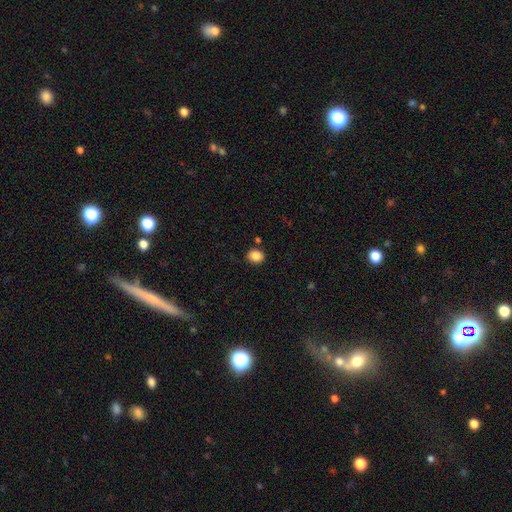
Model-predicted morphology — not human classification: A smooth galaxy with no disk features (86%) that is round (64%). Merging: none (85%).